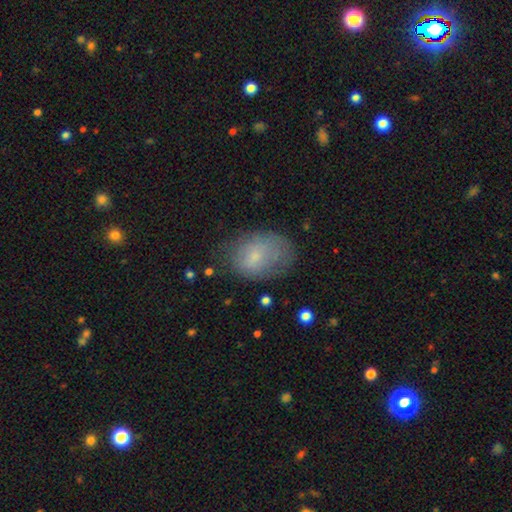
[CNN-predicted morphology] Smooth or featured? smooth (67%)
How rounded? in between (75%)
Merging? none (54%)